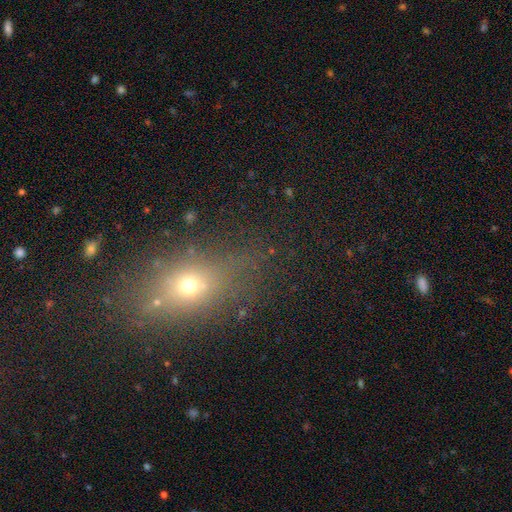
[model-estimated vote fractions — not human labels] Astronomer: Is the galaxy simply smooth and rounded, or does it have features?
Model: smooth — 46% (runner-up: star or artifact, 31%).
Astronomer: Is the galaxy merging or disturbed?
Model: none — 77%.